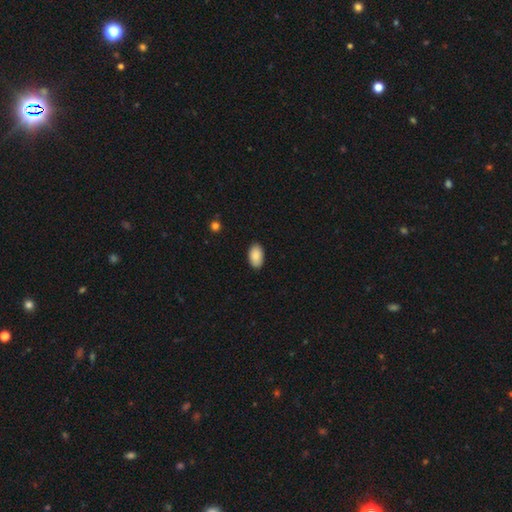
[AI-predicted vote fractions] Smooth or featured? smooth (89%)
How rounded? in between (94%)
Merging? none (88%)